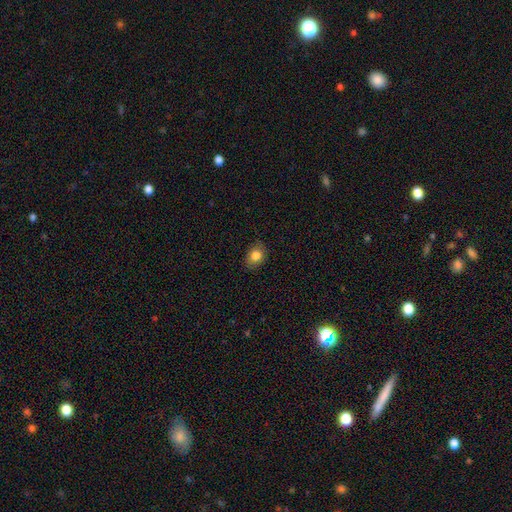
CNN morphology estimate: Smooth or featured: smooth — 82% (star or artifact — 9%)
How rounded: in between — 59% (round — 40%)
Merging: none — 80% (minor disturbance — 16%)